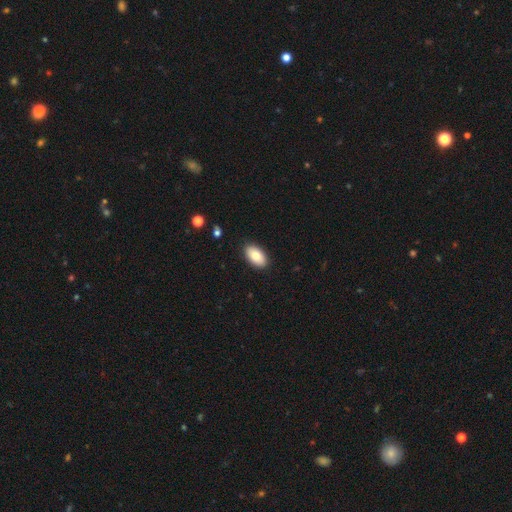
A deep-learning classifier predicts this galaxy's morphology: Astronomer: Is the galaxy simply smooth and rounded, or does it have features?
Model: smooth — 81%.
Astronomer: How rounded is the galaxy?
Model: in between — 94%.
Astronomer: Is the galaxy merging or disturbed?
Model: none — 89%.